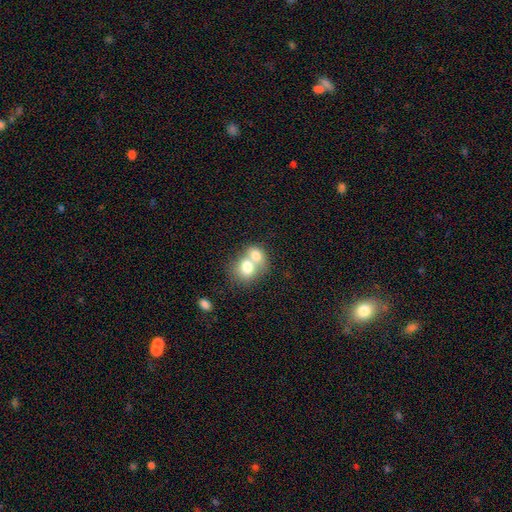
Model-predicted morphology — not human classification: type=smooth (73%); roundness=round (50%); merging=merger (72%).